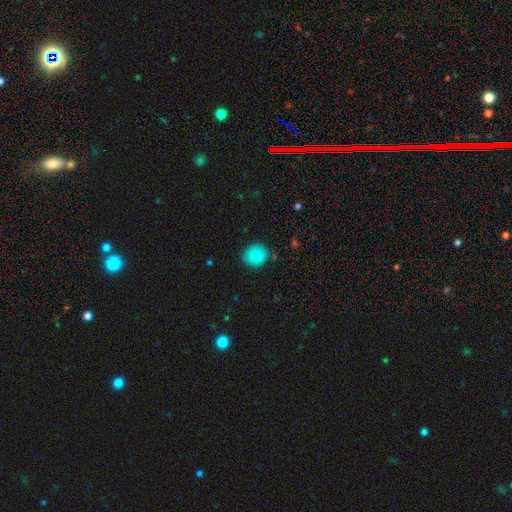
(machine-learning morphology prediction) A smooth galaxy with no disk features (86%) that is round (86%).

Vote fractions:
- Smooth or featured? smooth: 86% / star or artifact: 10% / featured or disk: 4%
- How rounded? round: 86% / in between: 13% / cigar-shaped: 1%
- Merging? none: 85% / minor disturbance: 10% / major disturbance: 3% / merger: 2%